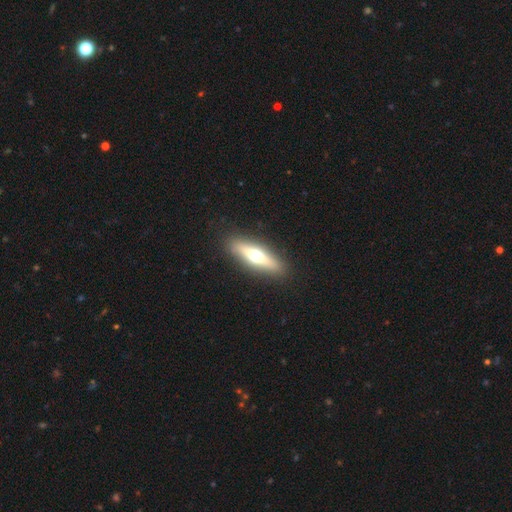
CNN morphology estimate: Smooth or featured: featured or disk — 47% (tied with smooth — 47%)
Merging: none — 90% (minor disturbance — 7%)